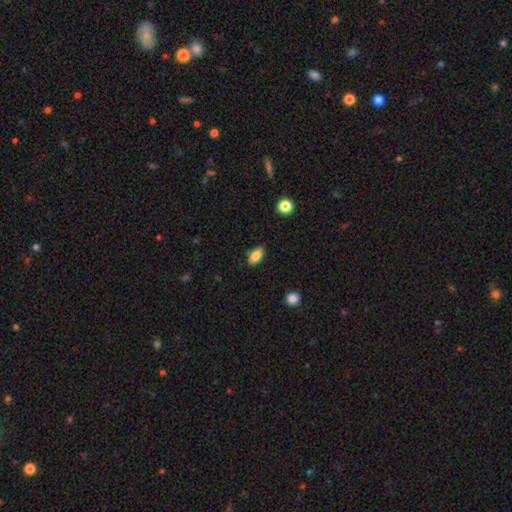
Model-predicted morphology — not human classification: smooth 83%, featured or disk 9%, star or artifact 8%. Down the decision tree: how rounded — in between (89%); merging — none (86%).